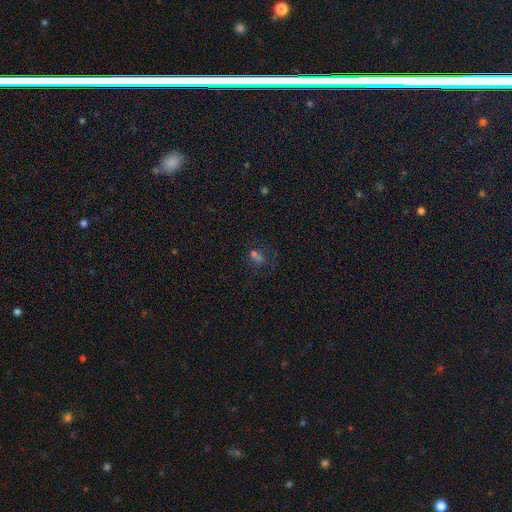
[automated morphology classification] This is marginally a star or artifact rather than a galaxy (42%).